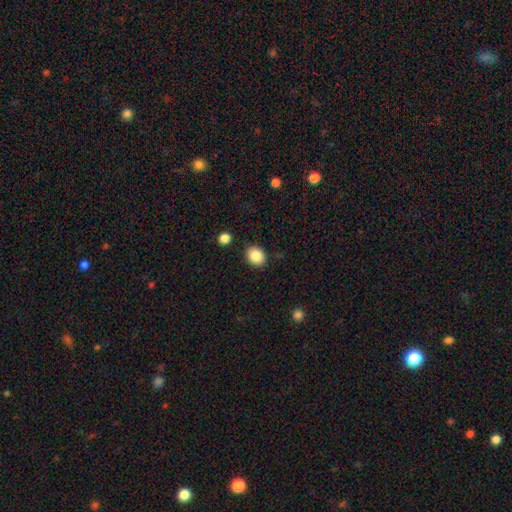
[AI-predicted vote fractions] smooth 87%, star or artifact 8%, featured or disk 4%. Down the decision tree: how rounded — round (52%); merging — none (88%).